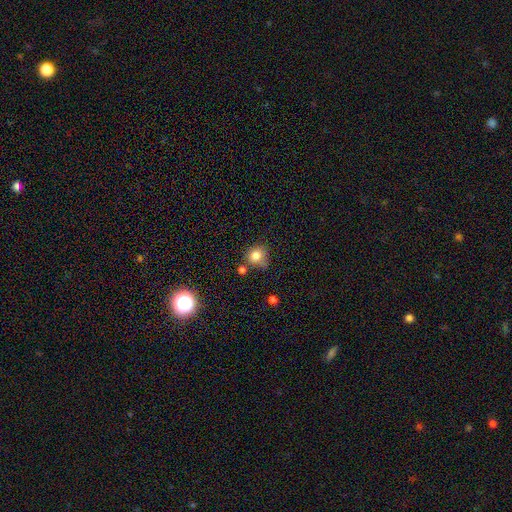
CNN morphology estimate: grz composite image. It shows a smooth galaxy with no disk features (80%) that is round (78%). Merging: none (61%).